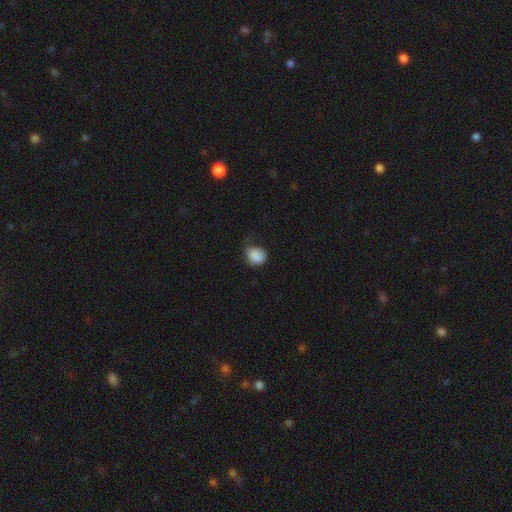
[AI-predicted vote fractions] Q: Smooth or featured?
A: smooth (86%); runner-up: star or artifact (9%)
Q: How rounded?
A: round (57%); runner-up: in between (42%)
Q: Merging?
A: none (46%); runner-up: minor disturbance (35%)